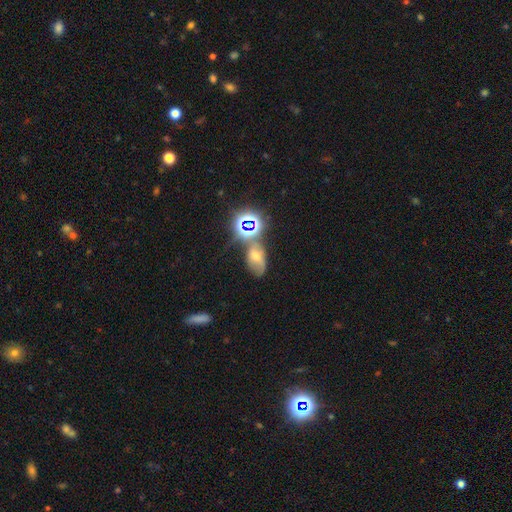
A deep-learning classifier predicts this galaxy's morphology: smooth_or_featured: star or artifact (p=0.41) [alt: smooth p=0.30]